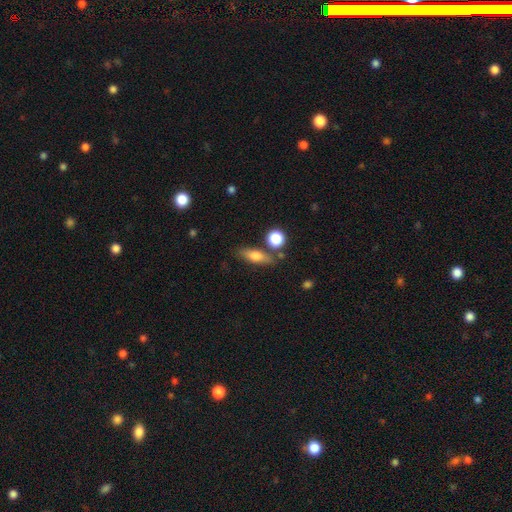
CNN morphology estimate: Smooth or featured?
  - smooth: 63% *
  - featured or disk: 29%
  - star or artifact: 9%
How rounded?
  - in between: 47% *
  - cigar-shaped: 44%
  - round: 8%
Merging?
  - none: 74% *
  - minor disturbance: 13%
  - merger: 9%
  - major disturbance: 4%